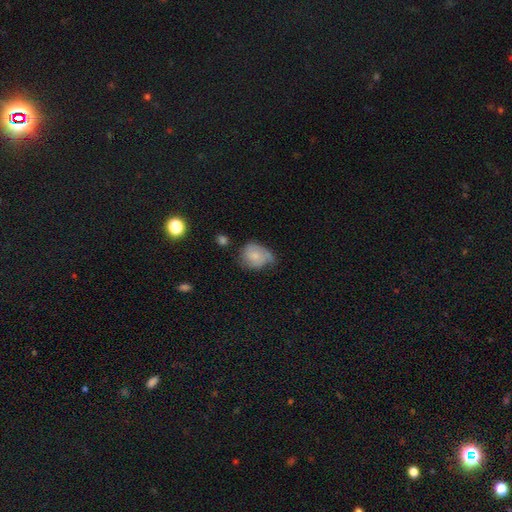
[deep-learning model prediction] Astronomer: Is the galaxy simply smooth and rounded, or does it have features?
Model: smooth — 59%.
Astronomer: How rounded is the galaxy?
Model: in between — 51% (runner-up: round, 48%).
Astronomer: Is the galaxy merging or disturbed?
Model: minor disturbance — 41% (runner-up: none, 35%).